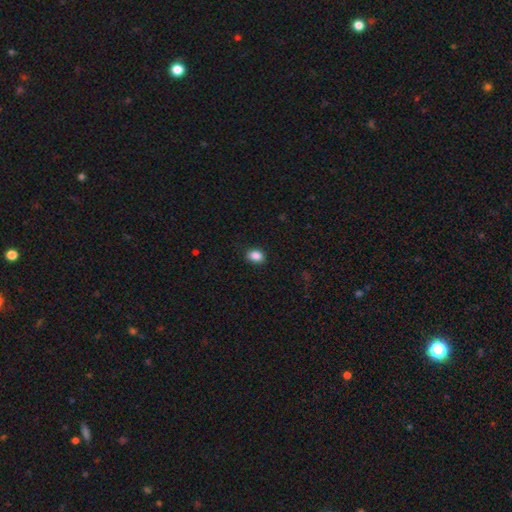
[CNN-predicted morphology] smooth-or-featured: smooth: 87% | star or artifact: 9% | featured or disk: 3%
  how-rounded: in between: 69% | round: 29% | cigar-shaped: 1%
  merging: none: 85% | minor disturbance: 11% | major disturbance: 3% | merger: 1%